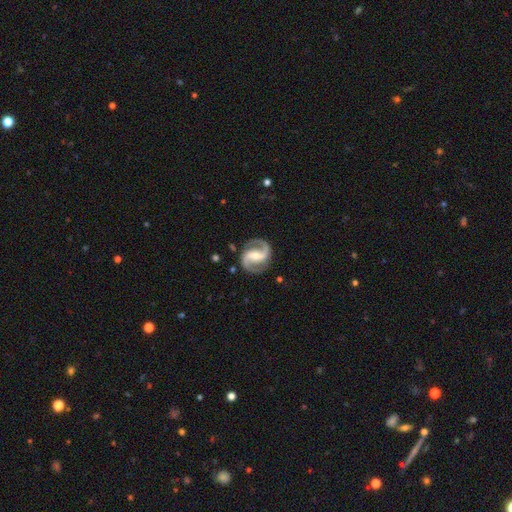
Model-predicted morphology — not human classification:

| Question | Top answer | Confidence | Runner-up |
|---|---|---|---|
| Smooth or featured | featured or disk | 93% | star or artifact (4%) |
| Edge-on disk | no | 98% | yes (2%) |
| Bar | strong | 47% | weak (35%) |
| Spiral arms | yes | 98% | no (2%) |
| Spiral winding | medium | 58% | tight (22%) |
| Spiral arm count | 2 | 94% | can't tell (1%) |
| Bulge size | moderate | 52% | small (41%) |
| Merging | none | 86% | minor disturbance (10%) |